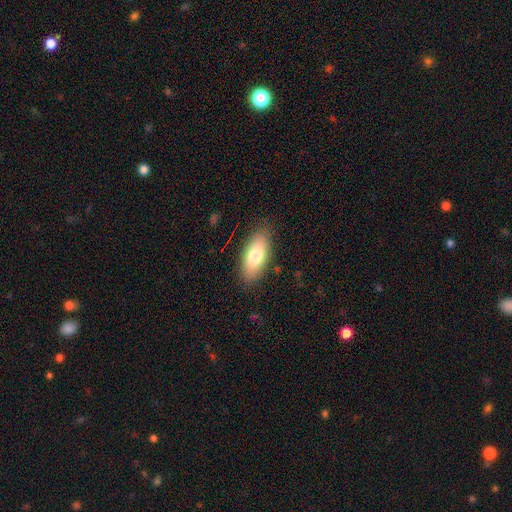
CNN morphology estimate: This appears to be a smooth galaxy with no disk features (79%) that is in between round and cigar-shaped (85%). Merging: none (84%).